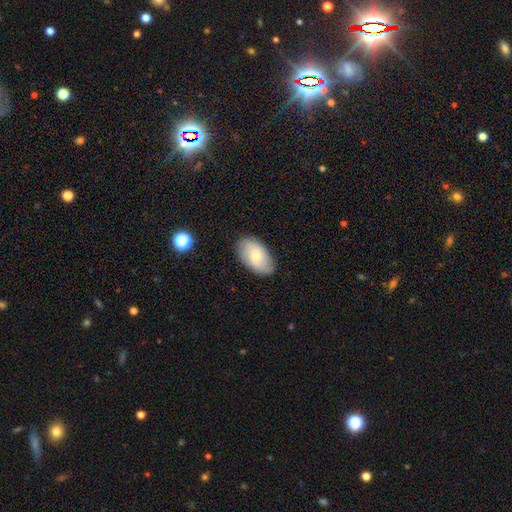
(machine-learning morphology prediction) Smooth or featured? smooth (71%)
How rounded? in between (94%)
Merging? none (83%)